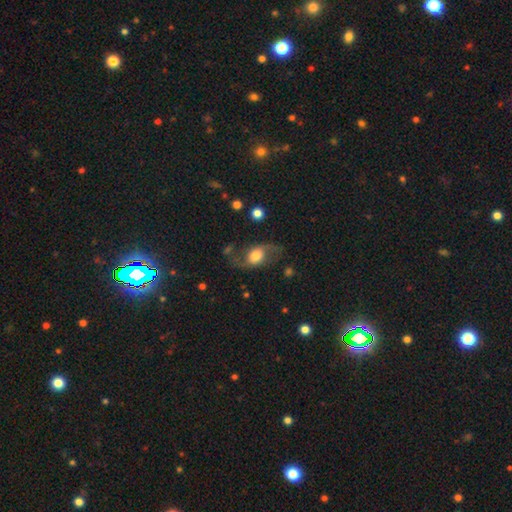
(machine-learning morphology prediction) The model was most divided on "bulge size": moderate: 43%, large: 39%, small: 9%, dominant: 7%, none: 2%. More confident: edge-on disk — no (93%); spiral arms — yes (85%); merging — none (61%); bar — no (60%); smooth or featured — featured or disk (59%).